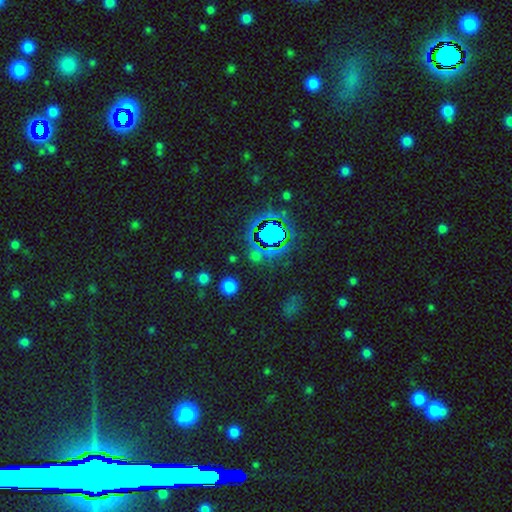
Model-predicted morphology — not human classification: type=star or artifact (54%).